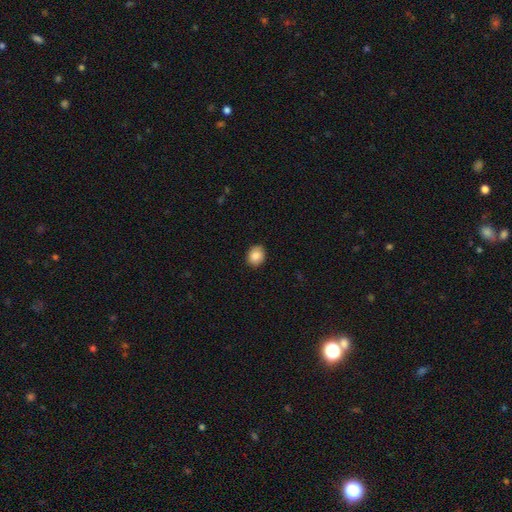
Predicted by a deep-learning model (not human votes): A smooth galaxy with no disk features (85%) that is round (65%). Merging: none (89%).